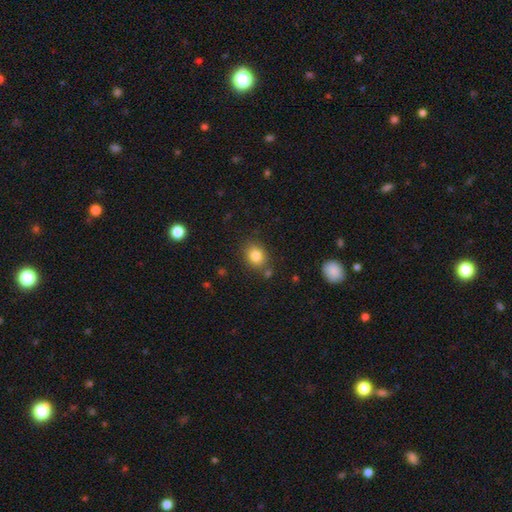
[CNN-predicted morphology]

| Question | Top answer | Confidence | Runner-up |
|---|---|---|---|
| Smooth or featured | smooth | 84% | star or artifact (10%) |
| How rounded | round | 56% | in between (43%) |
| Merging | none | 79% | minor disturbance (11%) |